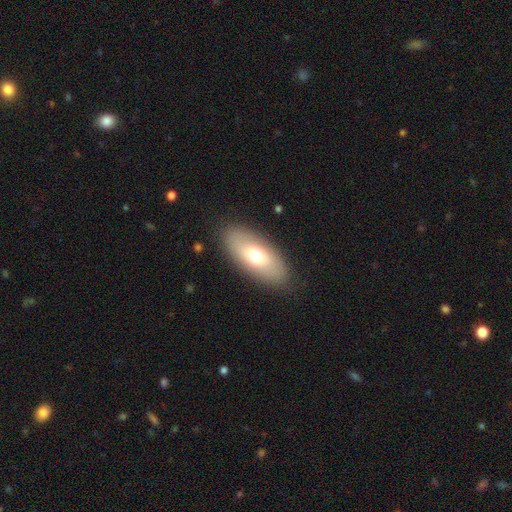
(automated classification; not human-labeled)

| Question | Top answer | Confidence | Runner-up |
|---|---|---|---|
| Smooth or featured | smooth | 66% | featured or disk (27%) |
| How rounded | in between | 88% | cigar-shaped (8%) |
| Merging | none | 86% | minor disturbance (9%) |